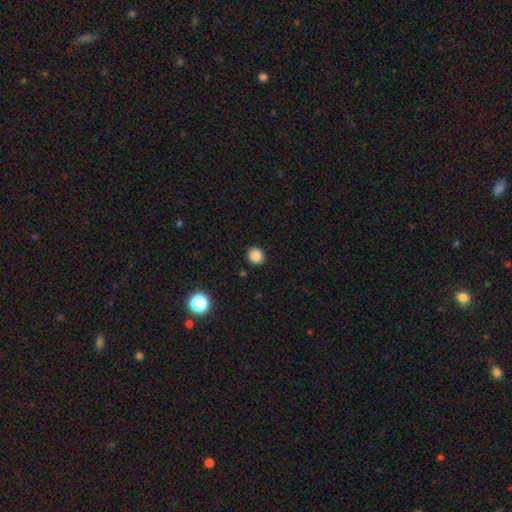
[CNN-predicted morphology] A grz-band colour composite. It shows a smooth galaxy with no disk features (86%) that is round (78%). Merging: none (90%).